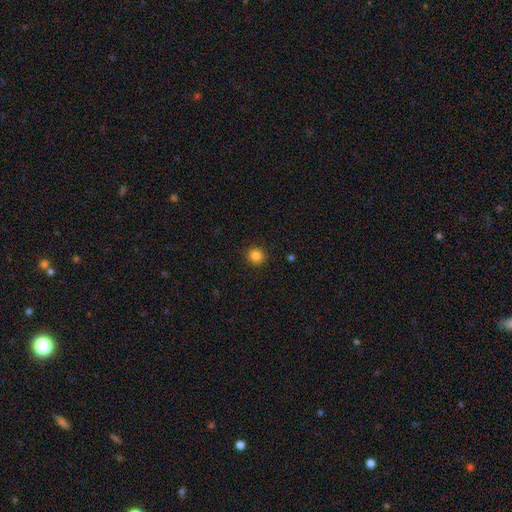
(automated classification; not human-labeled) This is clearly a smooth galaxy (84%). How rounded: clearly round (94%). Merging: clearly none (92%).